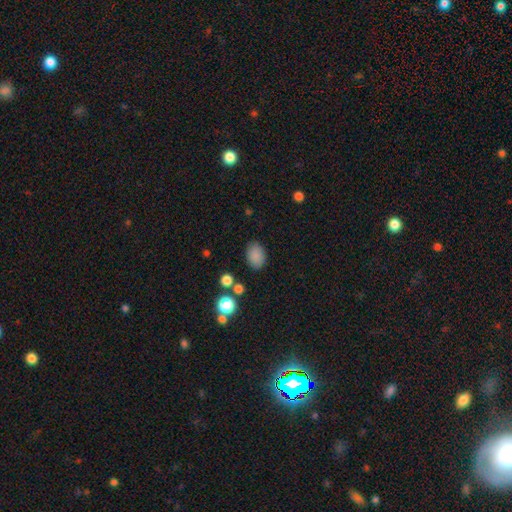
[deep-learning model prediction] Q: Smooth or featured?
A: smooth (86%); runner-up: star or artifact (10%)
Q: How rounded?
A: in between (82%); runner-up: round (17%)
Q: Merging?
A: none (83%); runner-up: minor disturbance (11%)